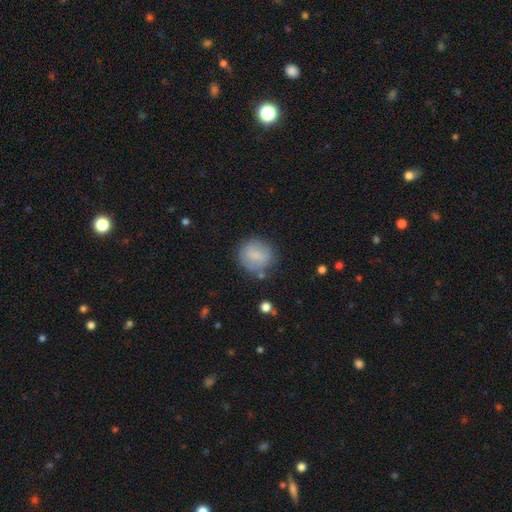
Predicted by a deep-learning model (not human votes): Smooth or featured?
  - smooth: 71% *
  - featured or disk: 21%
  - star or artifact: 8%
How rounded?
  - round: 83% *
  - in between: 16%
  - cigar-shaped: 1%
Merging?
  - none: 71% *
  - minor disturbance: 19%
  - major disturbance: 7%
  - merger: 4%